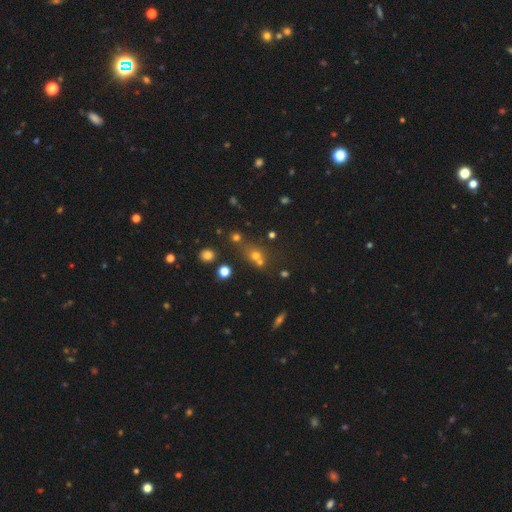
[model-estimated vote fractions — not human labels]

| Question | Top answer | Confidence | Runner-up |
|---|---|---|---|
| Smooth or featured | smooth | 58% | star or artifact (28%) |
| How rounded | round | 78% | in between (20%) |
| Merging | none | 49% | merger (37%) |